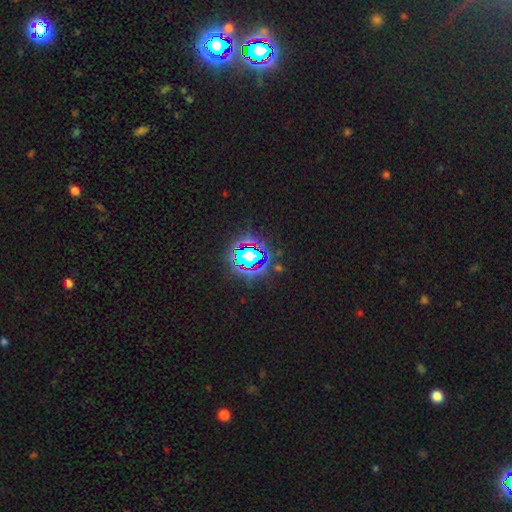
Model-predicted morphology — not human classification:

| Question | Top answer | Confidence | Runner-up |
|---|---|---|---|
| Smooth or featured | star or artifact | 78% | smooth (13%) |